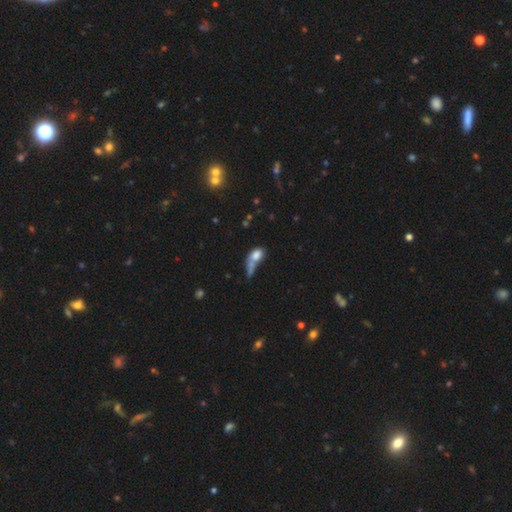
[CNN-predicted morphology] smooth-or-featured: smooth: 70% | featured or disk: 19% | star or artifact: 11%
  how-rounded: in between: 75% | round: 14% | cigar-shaped: 11%
  merging: merger: 44% | none: 21% | major disturbance: 20% | minor disturbance: 15%